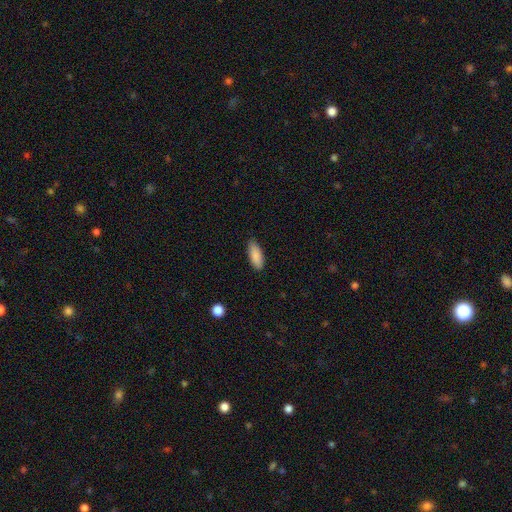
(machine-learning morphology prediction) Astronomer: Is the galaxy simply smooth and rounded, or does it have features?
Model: smooth — 89%.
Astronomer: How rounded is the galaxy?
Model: in between — 73%.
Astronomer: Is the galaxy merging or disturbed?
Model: none — 85%.